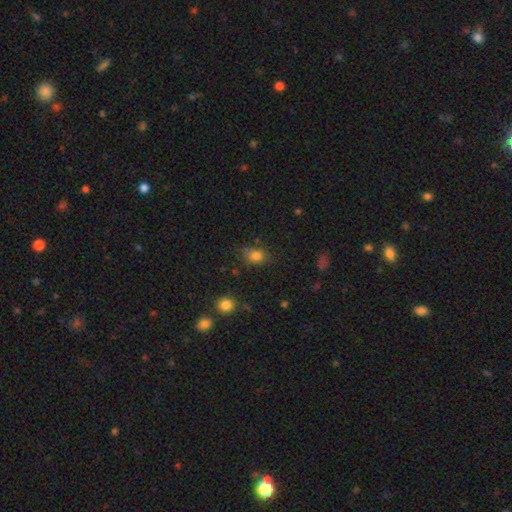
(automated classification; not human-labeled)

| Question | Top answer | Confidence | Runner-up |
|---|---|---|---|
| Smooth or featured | smooth | 80% | star or artifact (13%) |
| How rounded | in between | 56% | round (43%) |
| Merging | none | 67% | minor disturbance (23%) |